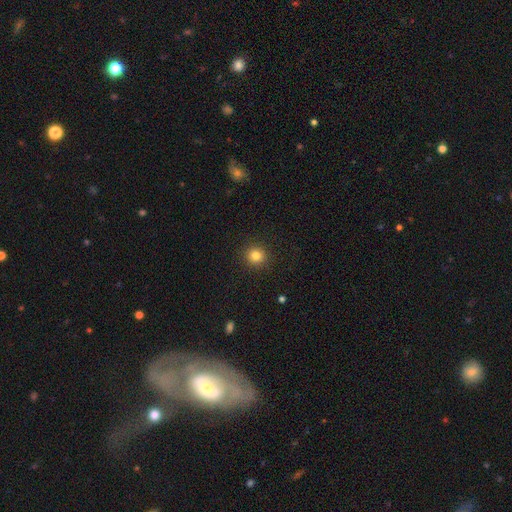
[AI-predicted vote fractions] smooth-or-featured: smooth: 83% | star or artifact: 12% | featured or disk: 5%
  how-rounded: round: 93% | in between: 6% | cigar-shaped: 1%
  merging: none: 91% | minor disturbance: 6% | major disturbance: 2% | merger: 1%